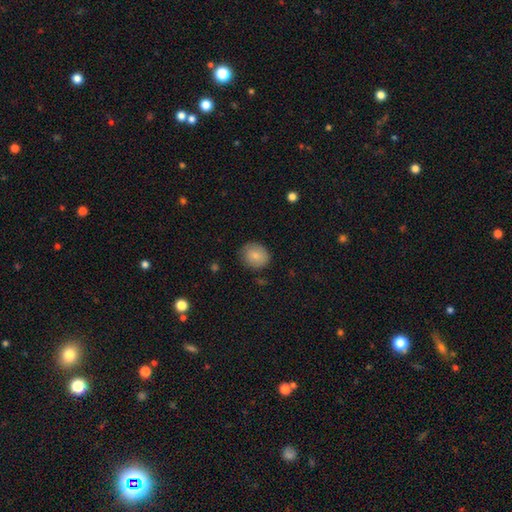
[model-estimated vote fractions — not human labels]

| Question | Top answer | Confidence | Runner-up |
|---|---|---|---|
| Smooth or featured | smooth | 82% | featured or disk (11%) |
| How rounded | round | 78% | in between (21%) |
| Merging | none | 83% | minor disturbance (13%) |